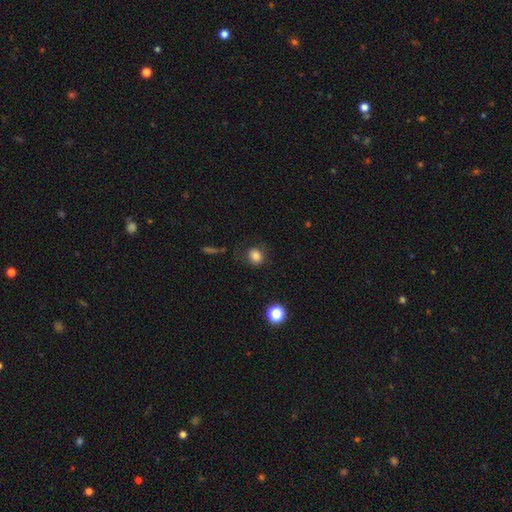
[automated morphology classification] Smooth or featured? Predicted: smooth (p=0.82). How rounded? Predicted: round (p=0.73). Merging? Predicted: none (p=0.76).